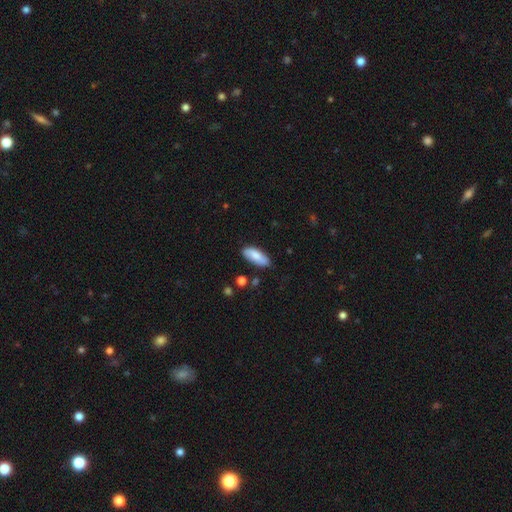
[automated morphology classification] smooth_or_featured: smooth (p=0.79) [alt: featured or disk p=0.15]
how_rounded: in between (p=0.79) [alt: cigar-shaped p=0.19]
merging: none (p=0.80) [alt: minor disturbance p=0.15]